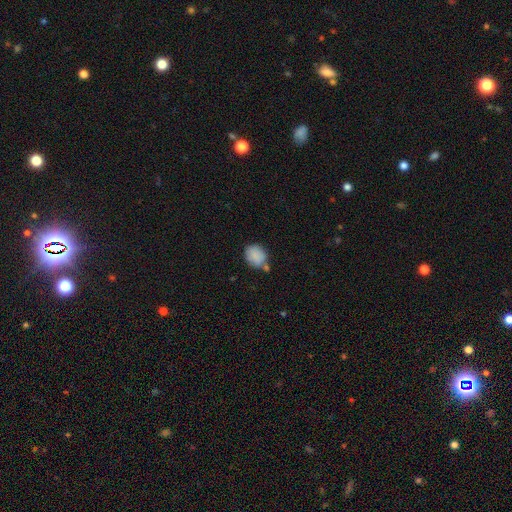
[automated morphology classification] type=smooth (85%); roundness=round (56%); merging=none (56%).